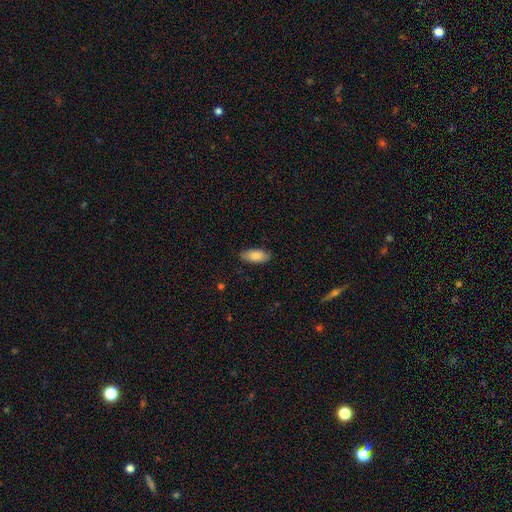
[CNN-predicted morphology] Overall: smooth (84%). How rounded: in between (88%). Merging: none (84%).